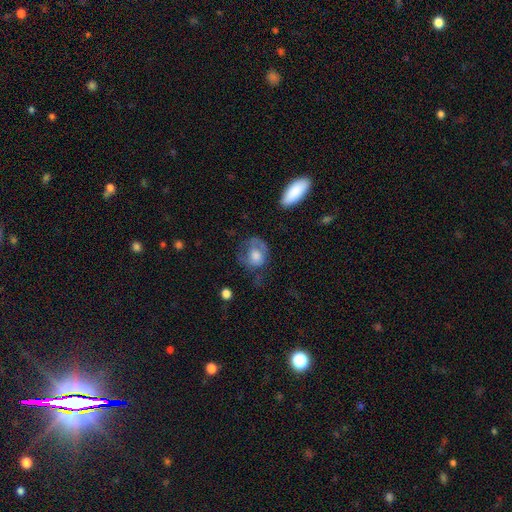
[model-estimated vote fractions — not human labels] The model was most divided on "merging": none: 42%, major disturbance: 29%, minor disturbance: 26%, merger: 3%. More confident: how rounded — round (57%); smooth or featured — smooth (55%).